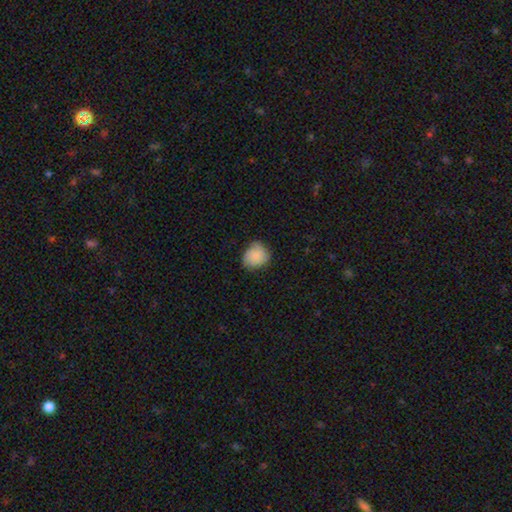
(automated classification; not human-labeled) This is likely a smooth galaxy (79%). How rounded: likely round (69%). Merging: likely none (62%).